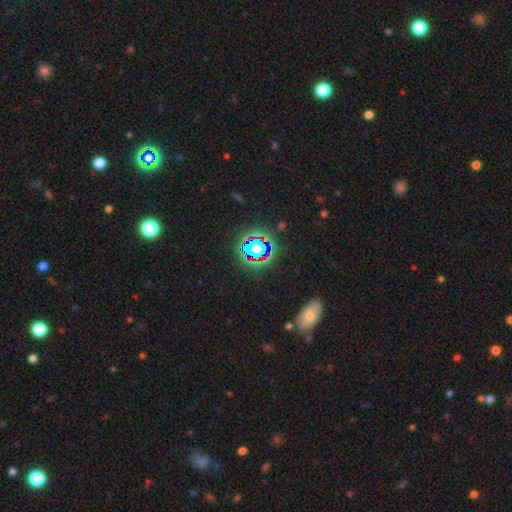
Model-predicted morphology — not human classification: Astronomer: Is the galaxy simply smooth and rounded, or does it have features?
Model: star or artifact — 72%.